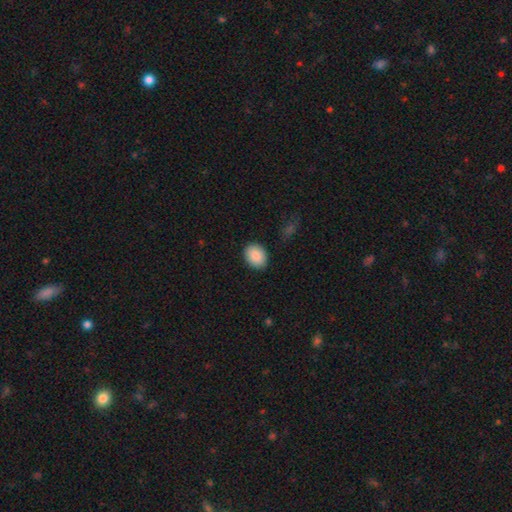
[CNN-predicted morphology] Overall: smooth (89%). How rounded: in between (60%; round 39%). Merging: none (88%).